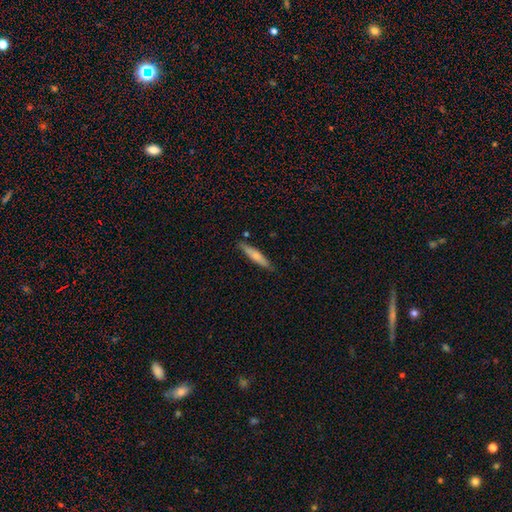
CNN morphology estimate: type=smooth (60%); roundness=cigar-shaped (88%); merging=none (84%).